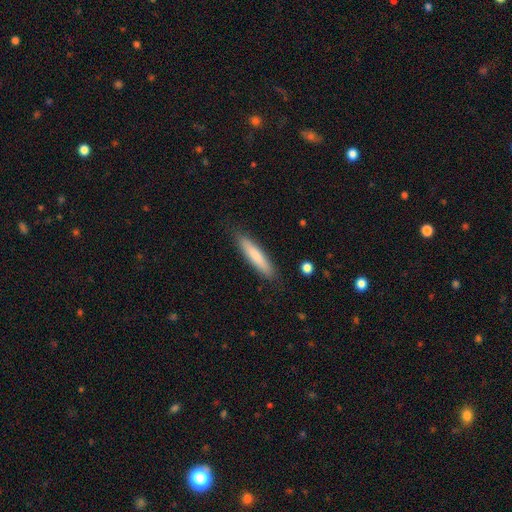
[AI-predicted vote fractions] A smooth galaxy with no disk features (78%) that is cigar-shaped (87%).

Vote fractions:
- Smooth or featured? smooth: 78% / featured or disk: 16% / star or artifact: 6%
- How rounded? cigar-shaped: 87% / in between: 11% / round: 1%
- Merging? none: 86% / minor disturbance: 11% / major disturbance: 2% / merger: 1%